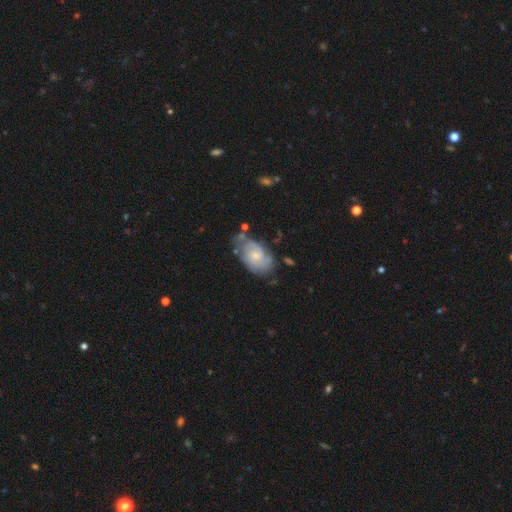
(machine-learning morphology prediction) Smooth or featured? featured or disk (58%)
Edge-on disk? no (96%)
Bar? no (73%)
Spiral arms? yes (76%)
Bulge size? small (54%)
Merging? none (49%)